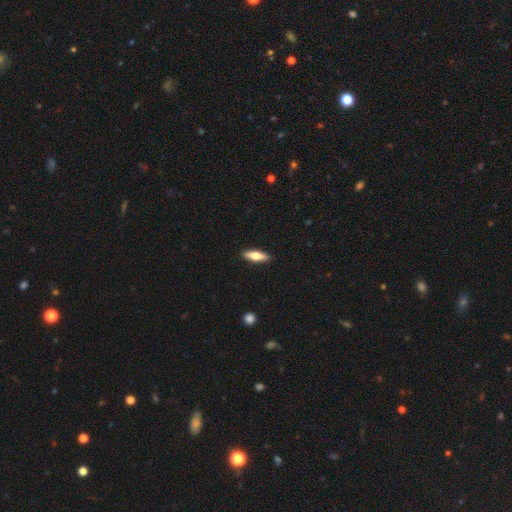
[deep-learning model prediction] Smooth or featured: smooth — 61% (featured or disk — 33%)
How rounded: cigar-shaped — 50% (in between — 48%)
Merging: none — 90% (minor disturbance — 7%)